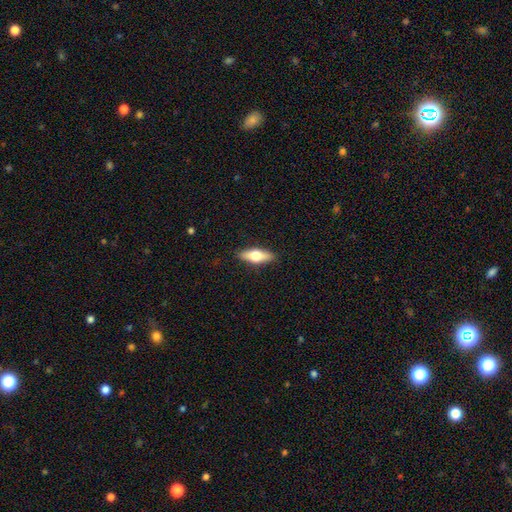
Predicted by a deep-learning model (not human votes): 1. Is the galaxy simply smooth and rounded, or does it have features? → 54% smooth, 40% featured or disk, 6% star or artifact.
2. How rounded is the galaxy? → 61% in between, 36% cigar-shaped, 3% round.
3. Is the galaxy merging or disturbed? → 89% none, 8% minor disturbance, 2% major disturbance, 1% merger.